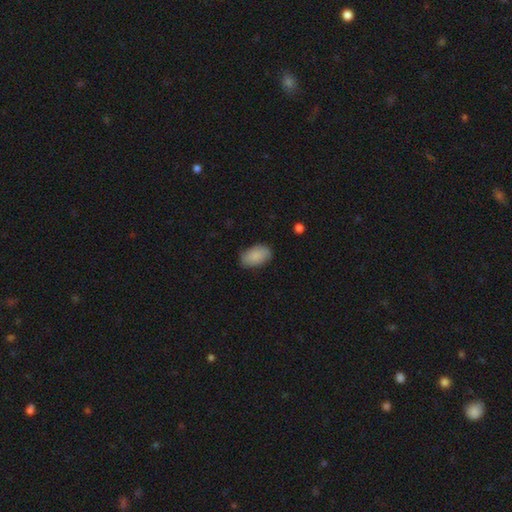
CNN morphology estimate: Overall: smooth (87%). How rounded: in between (92%). Merging: none (79%).